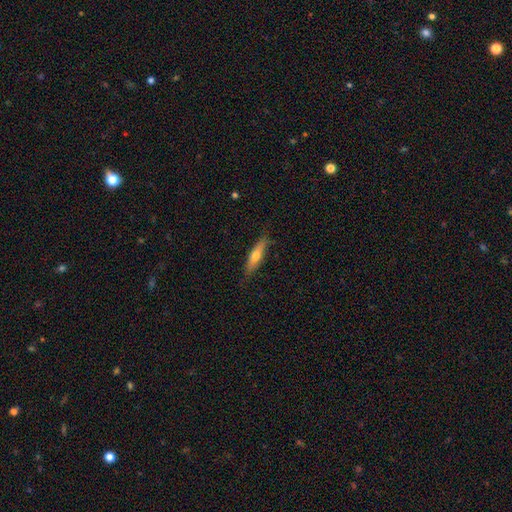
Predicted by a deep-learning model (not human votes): This is possibly a smooth galaxy (58%). How rounded: likely cigar-shaped (71%). Merging: clearly none (82%).